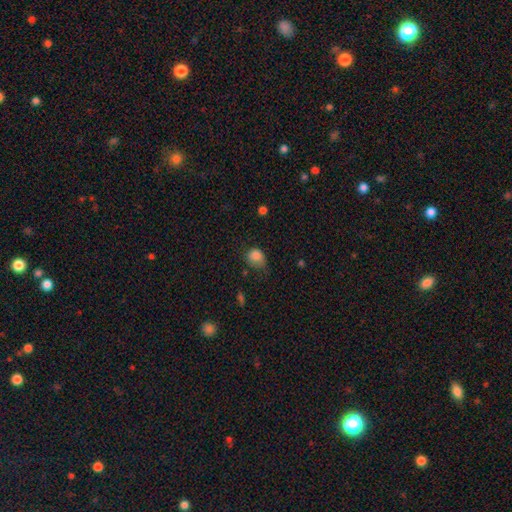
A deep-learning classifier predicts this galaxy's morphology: This appears to be a smooth galaxy with no disk features (85%) that is round (57%). Merging: none (43%).